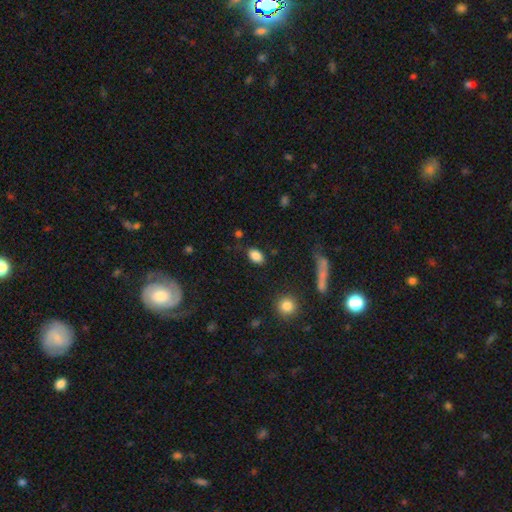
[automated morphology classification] type=smooth (85%); roundness=in between (87%); merging=none (80%).